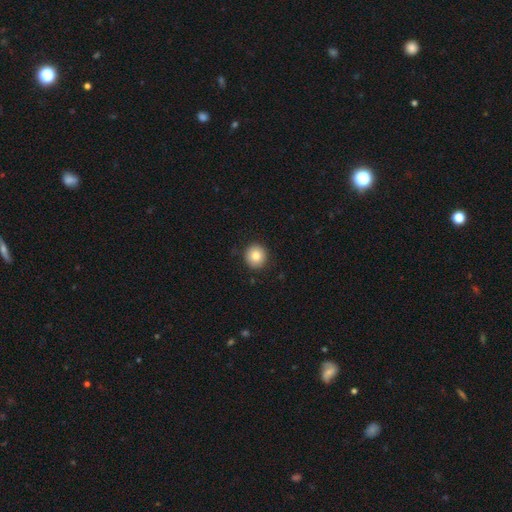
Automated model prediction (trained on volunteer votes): This is clearly a smooth galaxy (83%). How rounded: clearly round (92%). Merging: clearly none (90%).